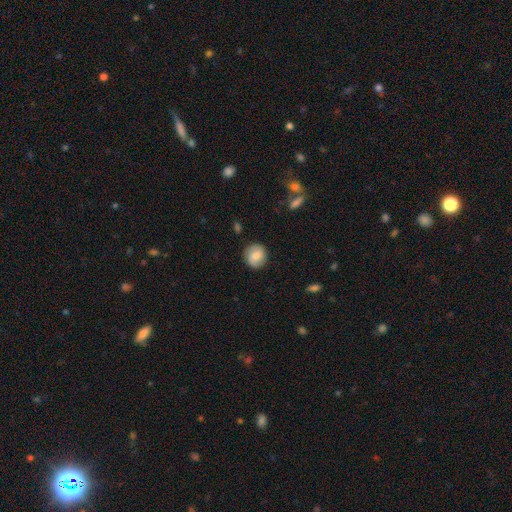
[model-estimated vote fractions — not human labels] Smooth or featured?
  - smooth: 65% *
  - featured or disk: 27%
  - star or artifact: 8%
How rounded?
  - round: 86% *
  - in between: 13%
  - cigar-shaped: 1%
Merging?
  - none: 85% *
  - minor disturbance: 11%
  - major disturbance: 3%
  - merger: 1%